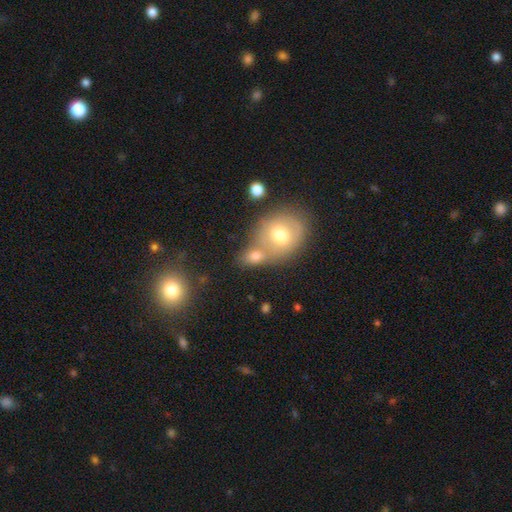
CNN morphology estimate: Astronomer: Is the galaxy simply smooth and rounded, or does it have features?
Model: smooth — 71%.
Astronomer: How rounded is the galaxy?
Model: in between — 53% (runner-up: round, 44%).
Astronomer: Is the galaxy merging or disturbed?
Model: merger — 50% (runner-up: none, 36%).